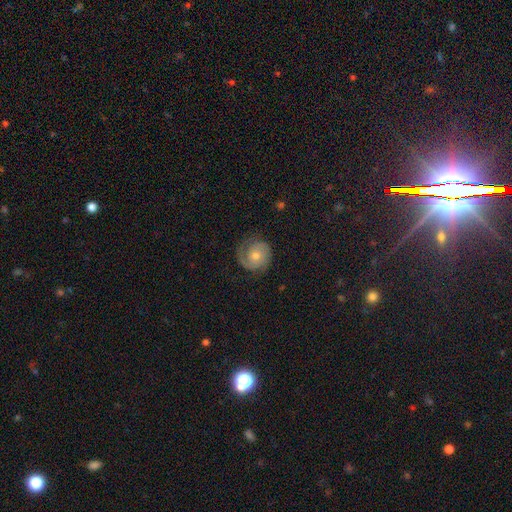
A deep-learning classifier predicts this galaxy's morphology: Smooth or featured?
  - featured or disk: 73% *
  - smooth: 20%
  - star or artifact: 7%
Edge-on disk?
  - no: 98% *
  - yes: 2%
Bar?
  - no: 77% *
  - weak: 19%
  - strong: 3%
Spiral arms?
  - yes: 93% *
  - no: 7%
Spiral winding?
  - tight: 62% *
  - medium: 29%
  - loose: 9%
Spiral arm count?
  - 2: 60% *
  - 1: 21%
  - can't tell: 12%
  - 3: 4%
  - 4: 2%
  - more than 4: 2%
Bulge size?
  - moderate: 57% *
  - small: 37%
  - large: 3%
  - none: 2%
  - dominant: 1%
Merging?
  - none: 77% *
  - minor disturbance: 15%
  - major disturbance: 7%
  - merger: 1%